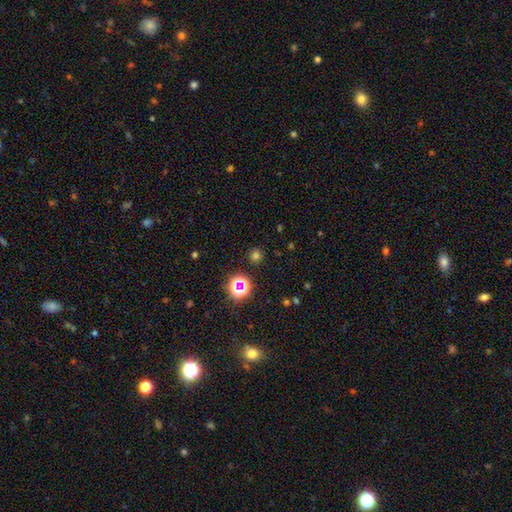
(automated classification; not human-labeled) Q: Smooth or featured?
A: smooth (67%); runner-up: star or artifact (27%)
Q: How rounded?
A: round (94%); runner-up: in between (5%)
Q: Merging?
A: none (88%); runner-up: minor disturbance (7%)